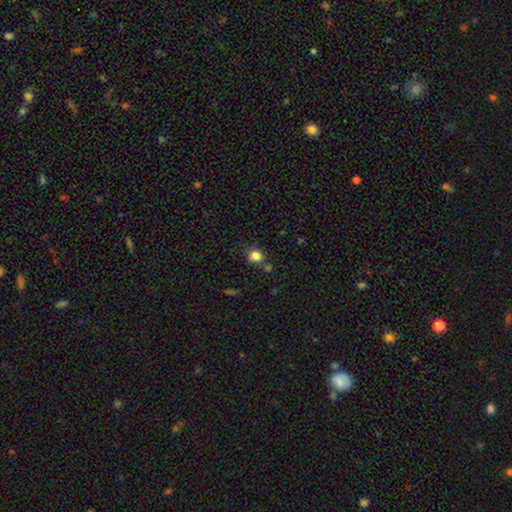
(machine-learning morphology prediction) smooth 83%, star or artifact 12%, featured or disk 5%. Down the decision tree: how rounded — round (87%); merging — none (77%).